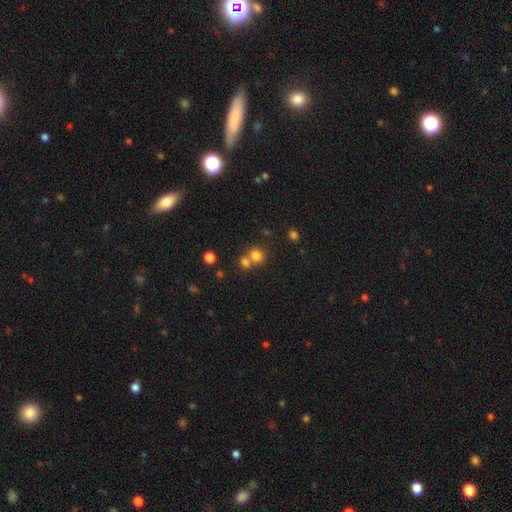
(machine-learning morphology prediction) Overall: smooth (78%). How rounded: round (72%). Merging: none (48%; merger 42%).